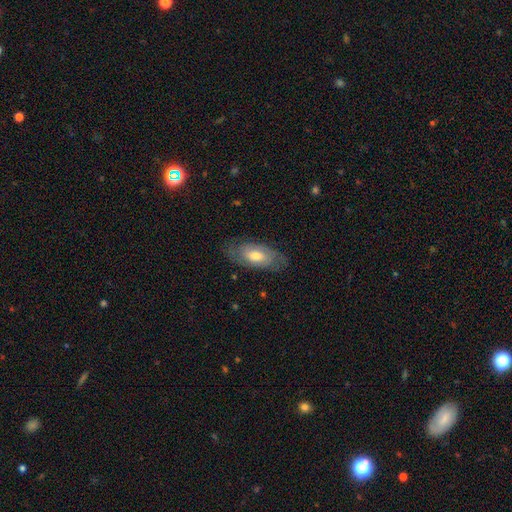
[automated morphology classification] Smooth or featured? featured or disk (56%)
Edge-on disk? no (86%)
Merging? none (78%)